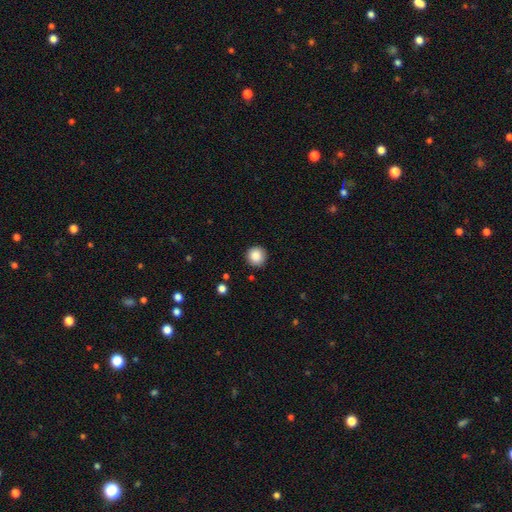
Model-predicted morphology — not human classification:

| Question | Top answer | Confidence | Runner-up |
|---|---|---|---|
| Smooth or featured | smooth | 87% | star or artifact (9%) |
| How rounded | round | 94% | in between (5%) |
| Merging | none | 89% | minor disturbance (7%) |